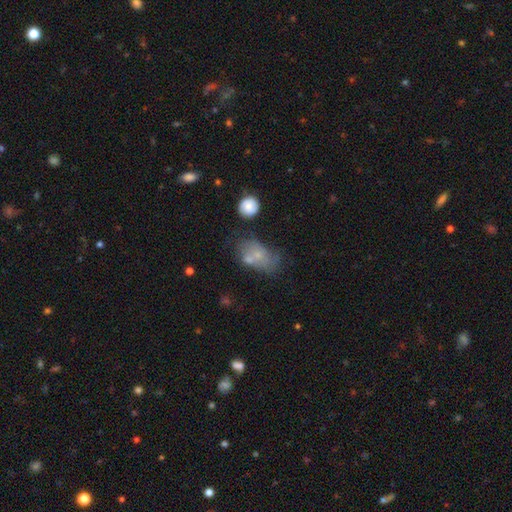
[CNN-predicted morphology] Q: Smooth or featured?
A: smooth (49%); runner-up: featured or disk (39%)
Q: Merging?
A: none (32%); runner-up: merger (29%)